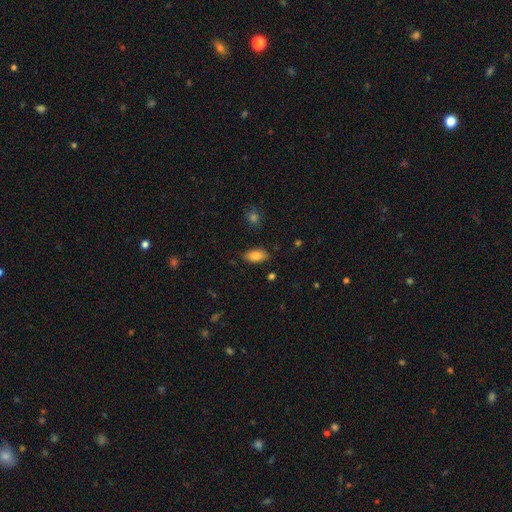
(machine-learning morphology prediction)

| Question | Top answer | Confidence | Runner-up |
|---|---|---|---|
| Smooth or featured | smooth | 83% | featured or disk (9%) |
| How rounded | in between | 92% | cigar-shaped (5%) |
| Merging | none | 84% | minor disturbance (11%) |